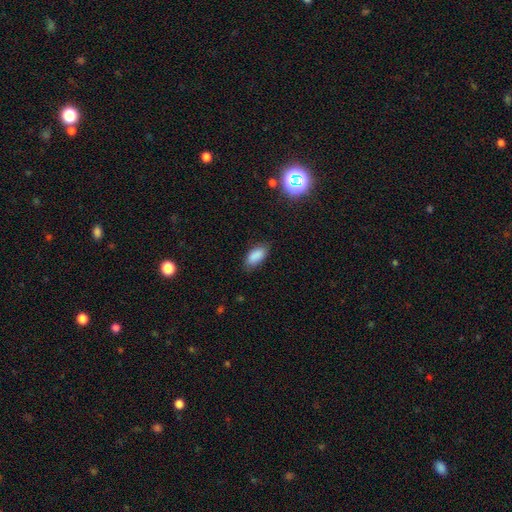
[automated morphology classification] Q: Smooth or featured?
A: smooth (87%); runner-up: star or artifact (8%)
Q: How rounded?
A: in between (91%); runner-up: cigar-shaped (7%)
Q: Merging?
A: none (79%); runner-up: minor disturbance (16%)